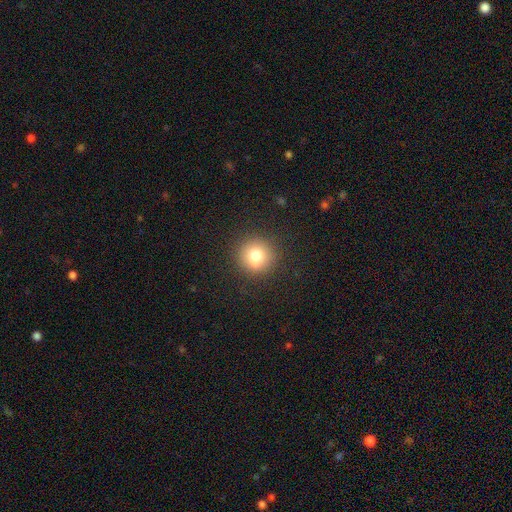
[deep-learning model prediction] A smooth galaxy with no disk features (72%) that is round (93%).

Vote fractions:
- Smooth or featured? smooth: 72% / featured or disk: 15% / star or artifact: 13%
- How rounded? round: 93% / in between: 6% / cigar-shaped: 1%
- Merging? none: 77% / minor disturbance: 11% / merger: 8% / major disturbance: 4%